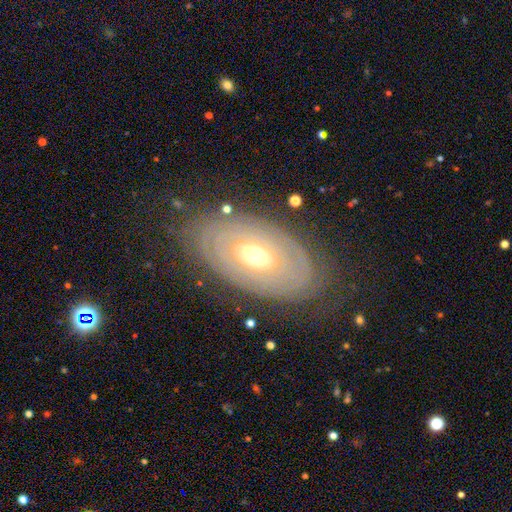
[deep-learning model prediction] A featured or disk galaxy (75%) with no bar (63%), spiral arms (65%) and a moderate central bulge (66%). Merging: none (79%).